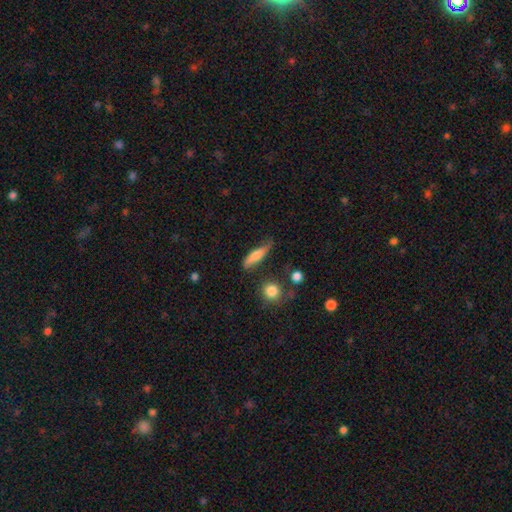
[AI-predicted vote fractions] This appears to be a smooth galaxy with no disk features (66%) that is cigar-shaped (67%). Merging: none (63%).